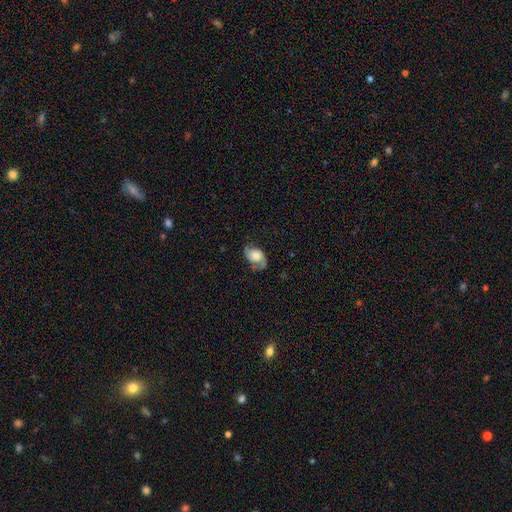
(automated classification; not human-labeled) Smooth or featured? Predicted: featured or disk (p=0.62). Edge-on disk? Predicted: no (p=0.97). Bar? Predicted: no (p=0.72). Spiral arms? Predicted: yes (p=0.91). Spiral winding? Predicted: medium (p=0.41). Spiral arm count? Predicted: 2 (p=0.81). Bulge size? Predicted: moderate (p=0.40). Merging? Predicted: none (p=0.63).